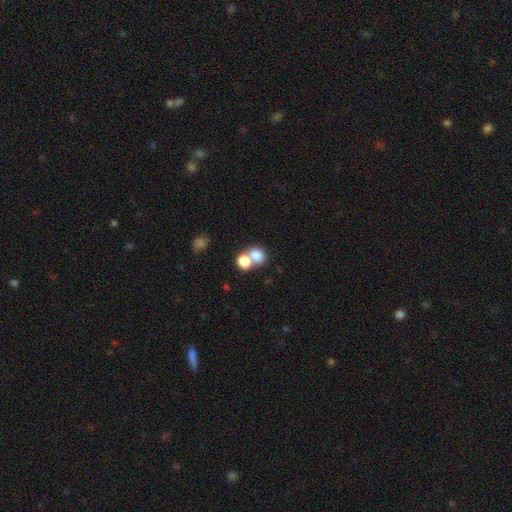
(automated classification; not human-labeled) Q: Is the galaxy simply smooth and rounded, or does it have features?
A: smooth — 78%.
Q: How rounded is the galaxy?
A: round — 61%.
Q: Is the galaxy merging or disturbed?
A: merger — 58%.